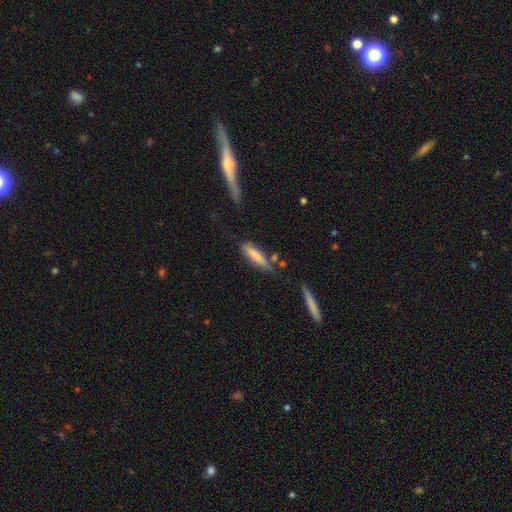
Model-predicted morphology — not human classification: Q: Smooth or featured?
A: smooth (77%); runner-up: featured or disk (17%)
Q: How rounded?
A: cigar-shaped (77%); runner-up: in between (21%)
Q: Merging?
A: none (68%); runner-up: minor disturbance (21%)